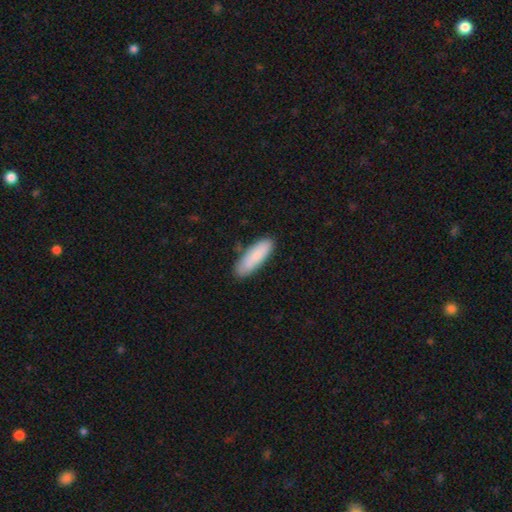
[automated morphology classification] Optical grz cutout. It shows a smooth galaxy with no disk features (84%) that is in between round and cigar-shaped (49%, tied with cigar-shaped). Merging: none (83%).